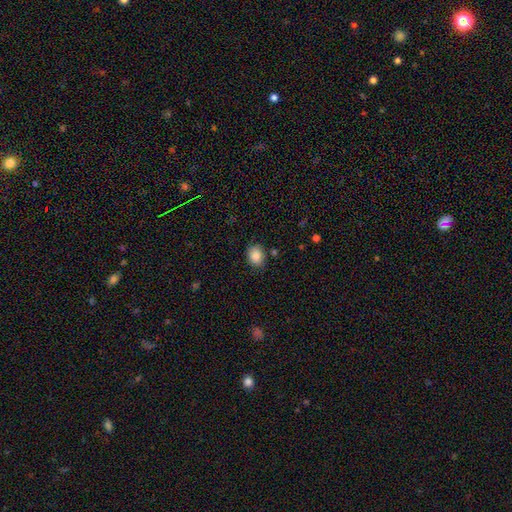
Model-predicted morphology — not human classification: smooth_or_featured: smooth (p=0.87) [alt: star or artifact p=0.08]
how_rounded: round (p=0.52) [alt: in between p=0.48]
merging: none (p=0.83) [alt: minor disturbance p=0.12]